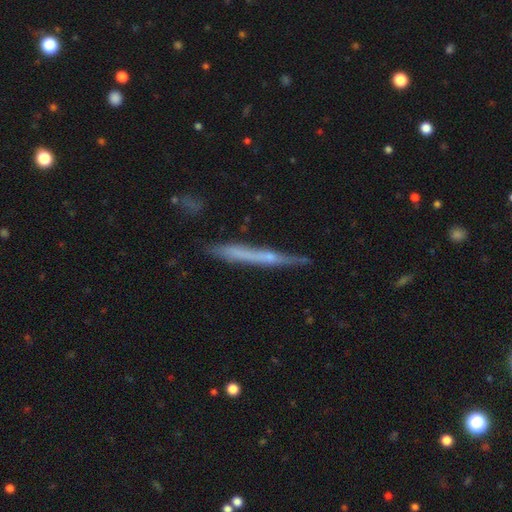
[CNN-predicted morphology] This is possibly a featured or disk galaxy (55%). It is clearly viewed edge-on (94%). Edge-on bulge: likely none (74%). Merging: likely none (79%).